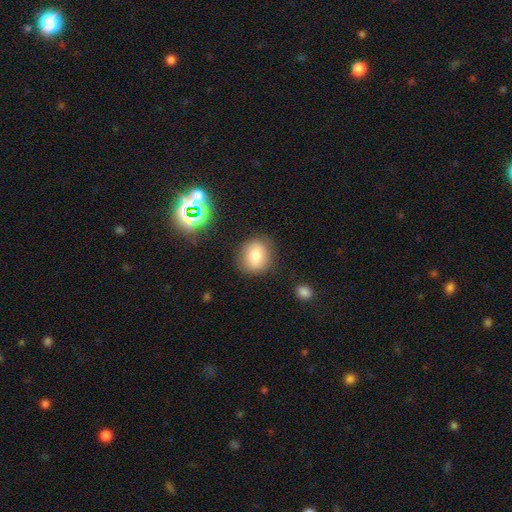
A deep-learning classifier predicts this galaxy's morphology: A smooth galaxy with no disk features (75%) that is round (74%). Merging: none (83%).